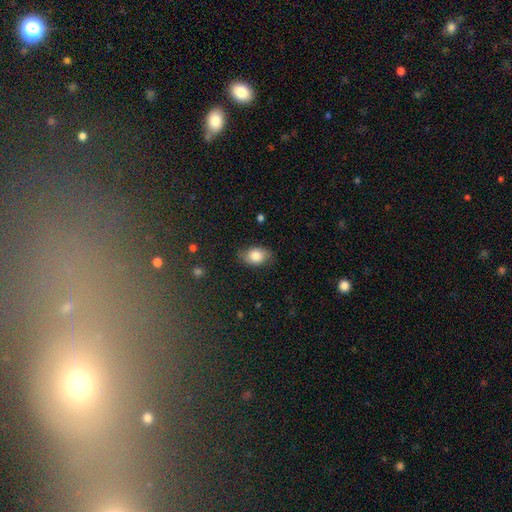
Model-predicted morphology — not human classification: smooth 79%, featured or disk 13%, star or artifact 8%. Down the decision tree: how rounded — in between (81%); merging — none (77%).